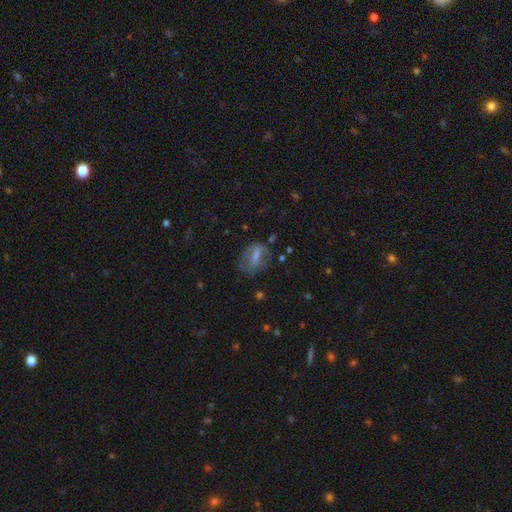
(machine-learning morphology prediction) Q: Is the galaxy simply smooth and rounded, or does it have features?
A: smooth — 46%.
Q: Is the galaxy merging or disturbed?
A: none — 52%.